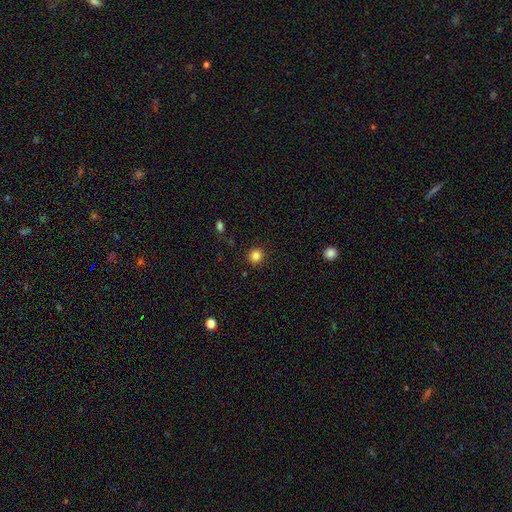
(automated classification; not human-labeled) A smooth galaxy with no disk features (84%) that is round (92%).

Vote fractions:
- Smooth or featured? smooth: 84% / star or artifact: 11% / featured or disk: 5%
- How rounded? round: 92% / in between: 7% / cigar-shaped: 1%
- Merging? none: 91% / minor disturbance: 6% / major disturbance: 2% / merger: 1%